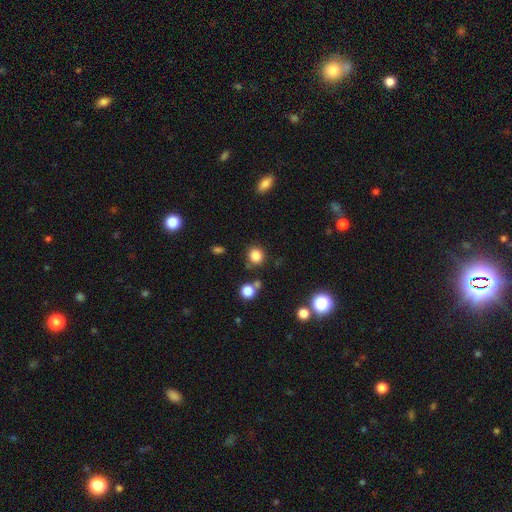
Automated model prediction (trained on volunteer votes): Q: Smooth or featured?
A: smooth (83%); runner-up: star or artifact (12%)
Q: How rounded?
A: round (85%); runner-up: in between (14%)
Q: Merging?
A: none (81%); runner-up: minor disturbance (10%)